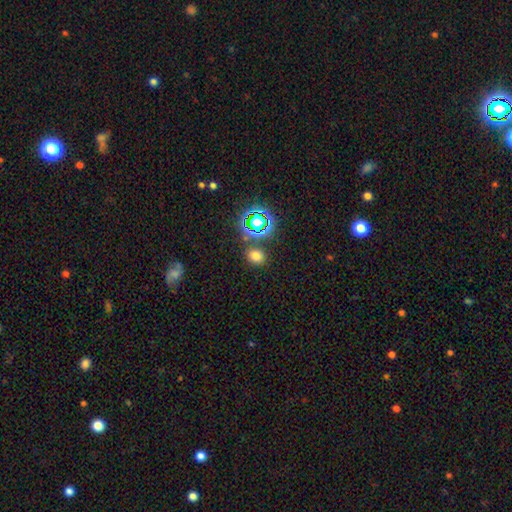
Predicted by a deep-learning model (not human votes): A smooth galaxy with no disk features (69%) that is round (50%).

Vote fractions:
- Smooth or featured? smooth: 69% / star or artifact: 25% / featured or disk: 6%
- How rounded? round: 50% / in between: 49% / cigar-shaped: 1%
- Merging? none: 81% / minor disturbance: 9% / merger: 7% / major disturbance: 3%